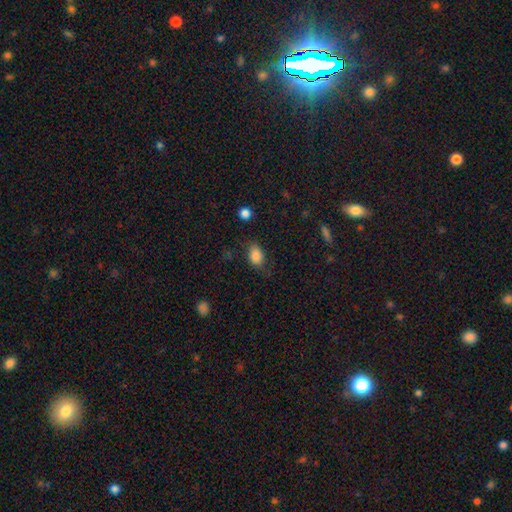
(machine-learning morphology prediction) A smooth galaxy with no disk features (85%) that is in between round and cigar-shaped (81%).

Vote fractions:
- Smooth or featured? smooth: 85% / star or artifact: 9% / featured or disk: 6%
- How rounded? in between: 81% / round: 18% / cigar-shaped: 2%
- Merging? none: 70% / minor disturbance: 22% / major disturbance: 7% / merger: 2%